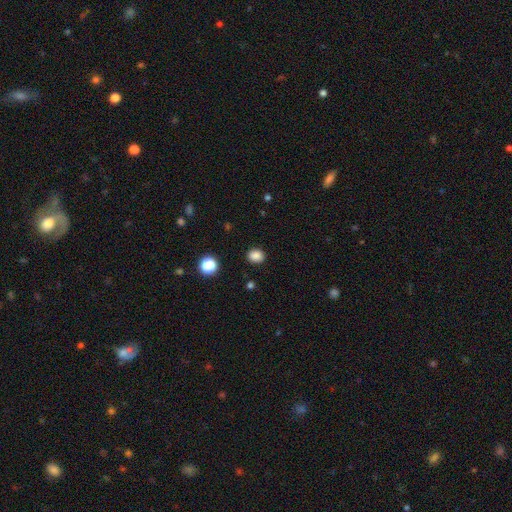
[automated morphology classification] Overall: smooth (86%). How rounded: round (58%; in between 41%). Merging: none (89%).